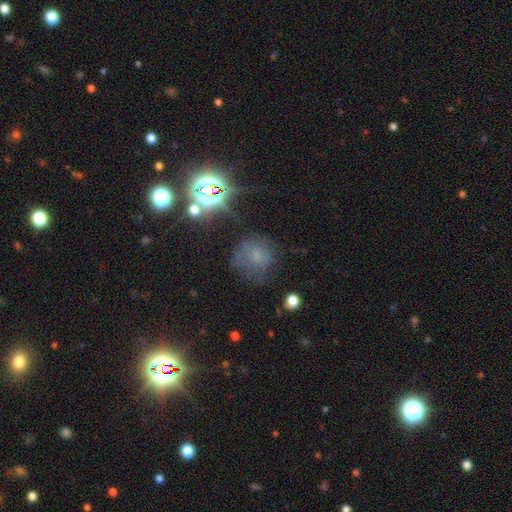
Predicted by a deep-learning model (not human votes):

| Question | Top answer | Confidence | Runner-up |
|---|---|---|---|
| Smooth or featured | smooth | 44% | star or artifact (34%) |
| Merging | none | 58% | minor disturbance (22%) |